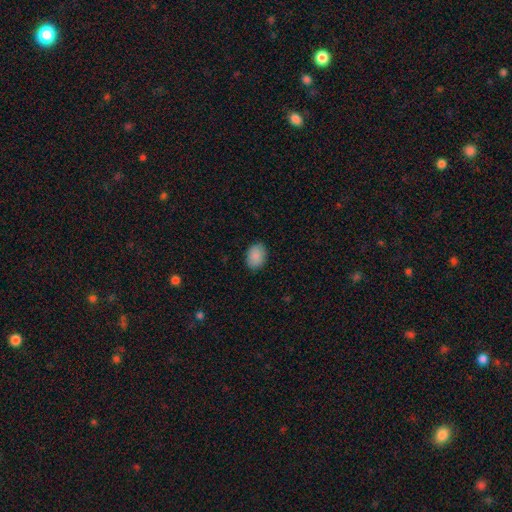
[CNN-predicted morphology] Smooth or featured?
  - smooth: 89% *
  - star or artifact: 7%
  - featured or disk: 4%
How rounded?
  - in between: 74% *
  - round: 25%
  - cigar-shaped: 1%
Merging?
  - none: 86% *
  - minor disturbance: 11%
  - major disturbance: 2%
  - merger: 1%